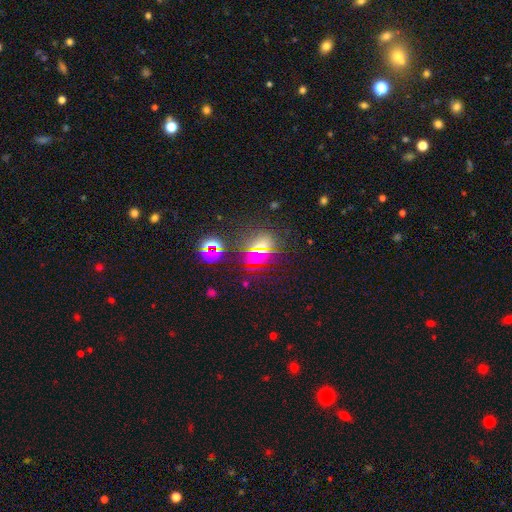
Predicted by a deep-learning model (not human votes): smooth-or-featured: star or artifact: 65% | smooth: 24% | featured or disk: 11%